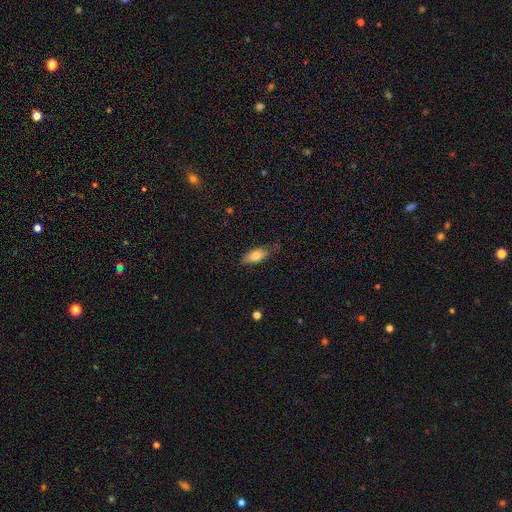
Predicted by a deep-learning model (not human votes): Smooth or featured: smooth — 75% (featured or disk — 17%)
How rounded: in between — 76% (cigar-shaped — 21%)
Merging: none — 67% (minor disturbance — 26%)